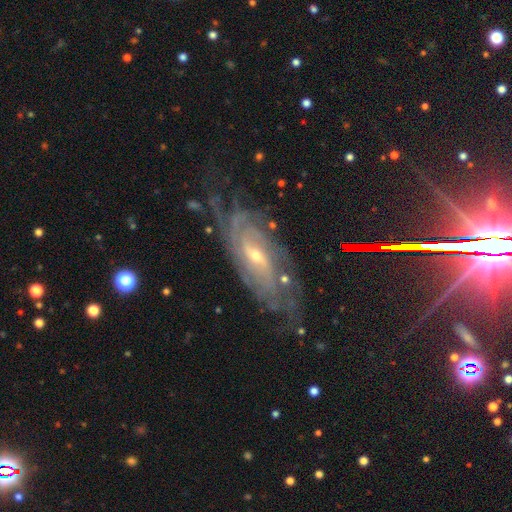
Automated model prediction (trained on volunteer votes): Smooth or featured: featured or disk — 82% (star or artifact — 10%)
Edge-on disk: no — 88% (yes — 12%)
Bar: no — 47% (weak — 39%)
Spiral arms: yes — 95% (no — 5%)
Spiral winding: tight — 70% (medium — 24%)
Spiral arm count: can't tell — 49% (2 — 16%)
Bulge size: small — 59% (moderate — 37%)
Merging: none — 70% (minor disturbance — 20%)